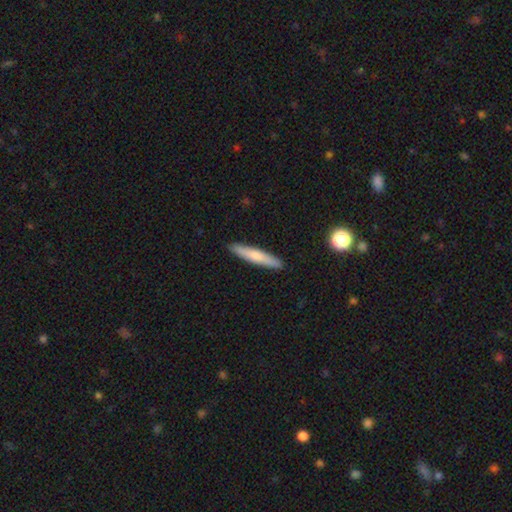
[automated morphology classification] A smooth galaxy with no disk features (67%) that is cigar-shaped (92%). Merging: none (91%).